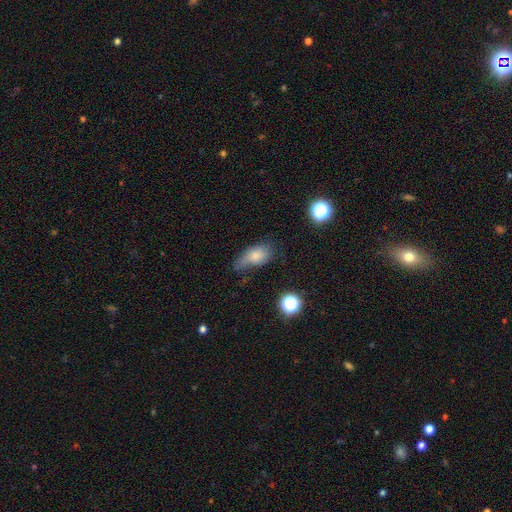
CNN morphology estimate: smooth-or-featured: smooth: 74% | featured or disk: 16% | star or artifact: 10%
  how-rounded: in between: 85% | round: 10% | cigar-shaped: 5%
  merging: minor disturbance: 39% | none: 32% | major disturbance: 25% | merger: 4%